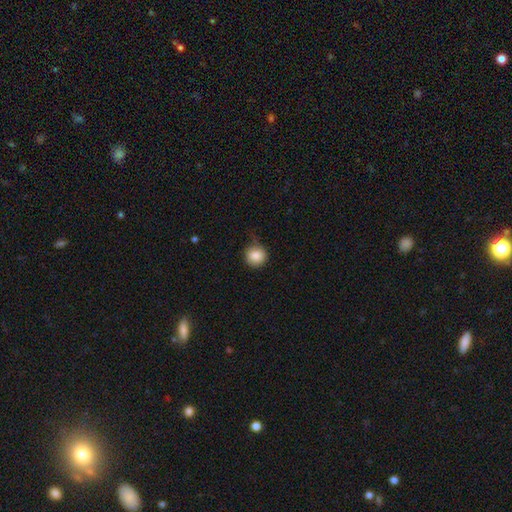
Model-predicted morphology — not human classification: Smooth or featured: smooth — 87% (star or artifact — 8%)
How rounded: round — 90% (in between — 9%)
Merging: none — 67% (minor disturbance — 25%)